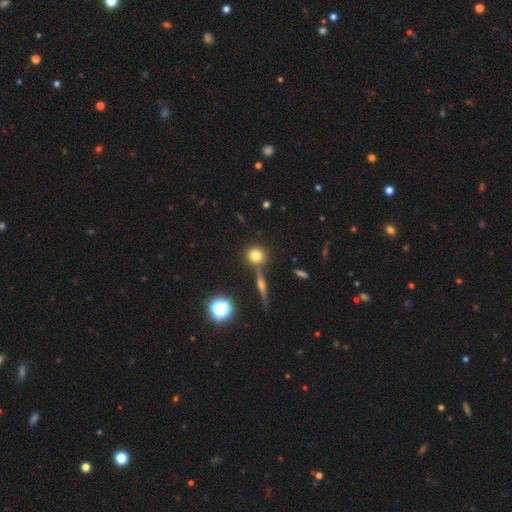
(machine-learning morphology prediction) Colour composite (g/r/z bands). It shows a smooth galaxy with no disk features (74%) that is round (87%). Merging: none (73%).